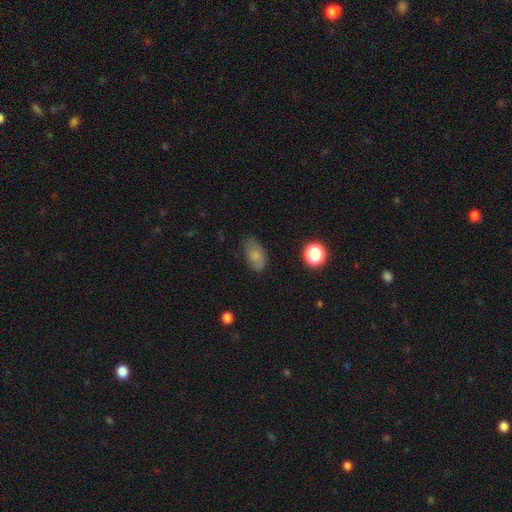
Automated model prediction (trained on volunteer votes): smooth 76%, featured or disk 14%, star or artifact 10%. Down the decision tree: how rounded — in between (89%); merging — none (71%).